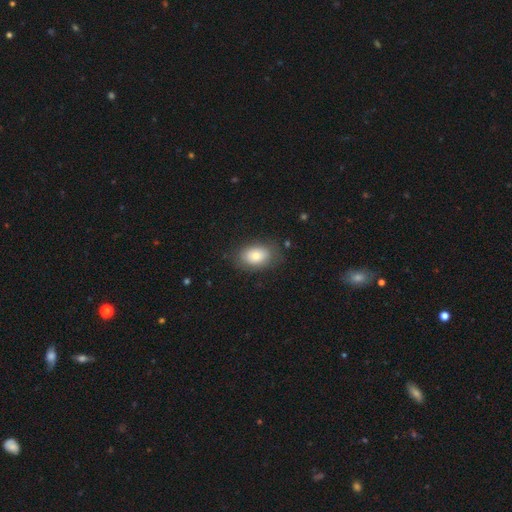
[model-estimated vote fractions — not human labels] Morphology: type=smooth (77%); roundness=in between (83%); merging=none (79%).